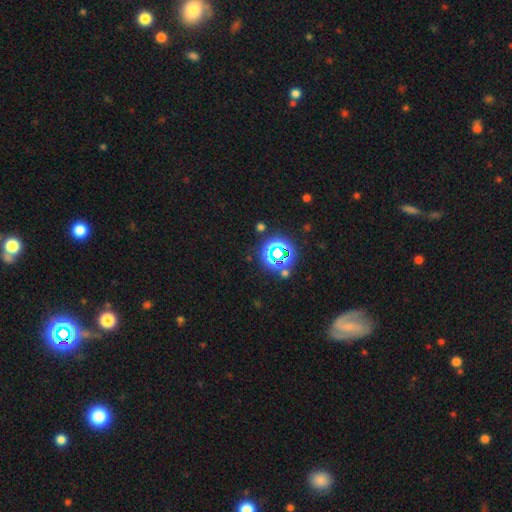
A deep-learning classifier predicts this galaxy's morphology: This is possibly a star or artifact rather than a galaxy (57%).